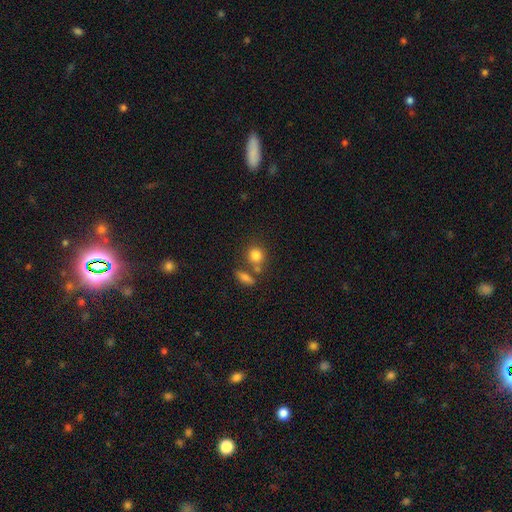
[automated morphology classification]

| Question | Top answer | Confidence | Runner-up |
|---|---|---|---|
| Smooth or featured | smooth | 82% | star or artifact (10%) |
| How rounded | round | 77% | in between (21%) |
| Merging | none | 57% | merger (27%) |